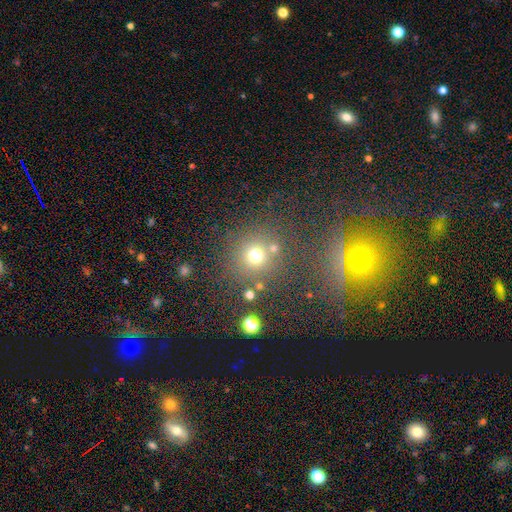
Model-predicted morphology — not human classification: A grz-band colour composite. It shows a smooth galaxy with no disk features (68%) that is round (91%). Merging: none (73%).